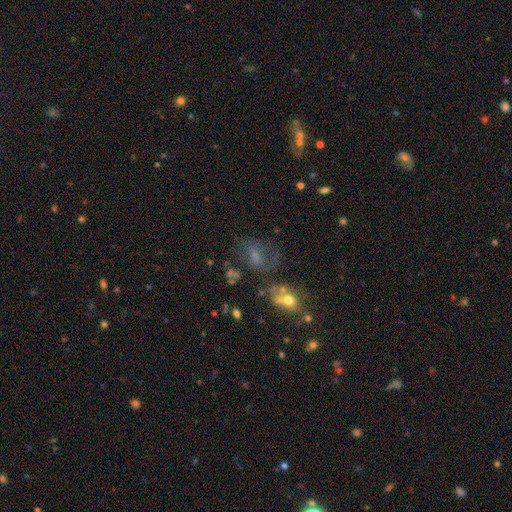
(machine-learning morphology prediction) Smooth or featured? Predicted: featured or disk (p=0.43). Merging? Predicted: none (p=0.41).